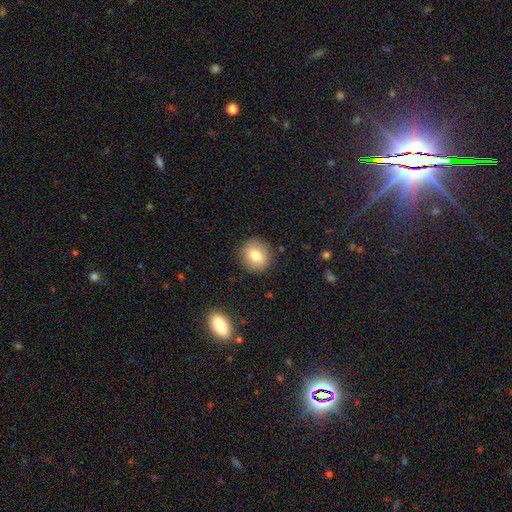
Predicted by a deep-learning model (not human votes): smooth 78%, featured or disk 13%, star or artifact 9%. Down the decision tree: how rounded — round (83%); merging — none (89%).